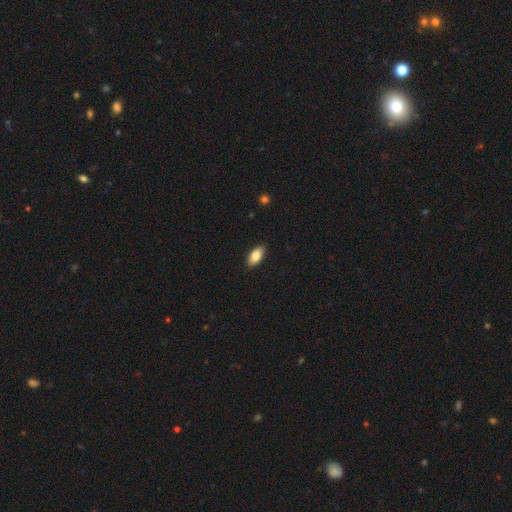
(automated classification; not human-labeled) The model was most divided on "smooth or featured": smooth: 84%, featured or disk: 9%, star or artifact: 7%. More confident: how rounded — in between (91%); merging — none (88%).